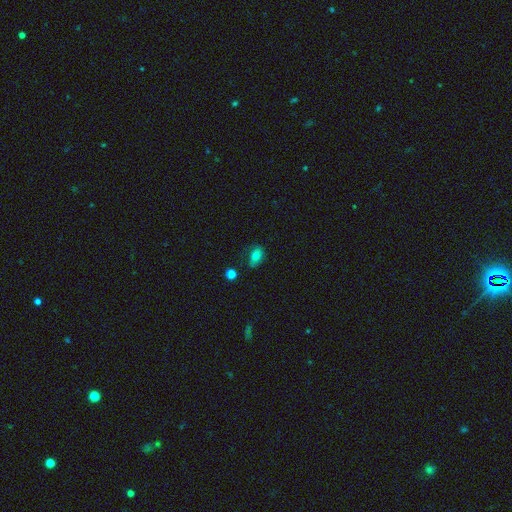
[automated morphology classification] type=smooth (76%); roundness=in between (84%); merging=none (59%).